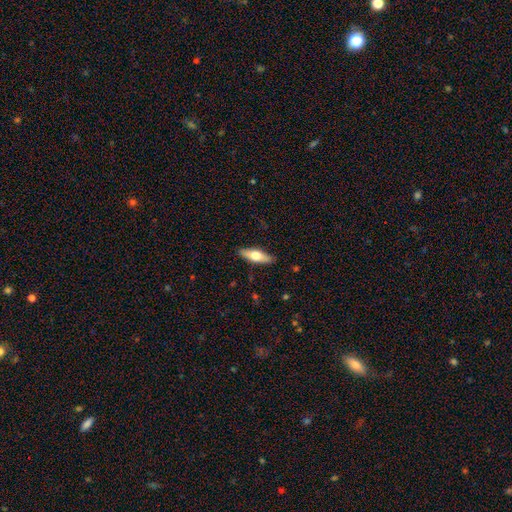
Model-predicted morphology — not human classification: This appears to be a smooth galaxy with no disk features (53%) that is in between round and cigar-shaped (55%). Merging: none (88%).